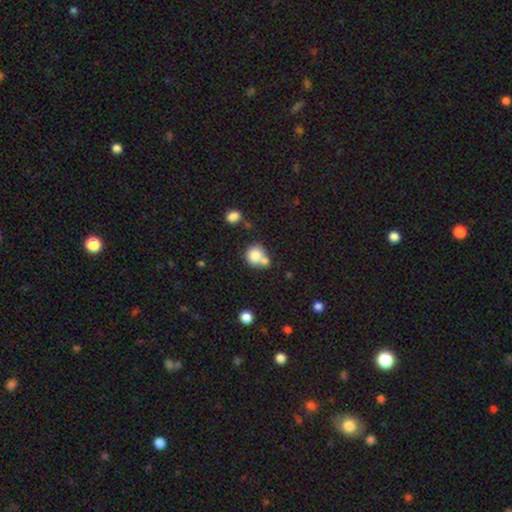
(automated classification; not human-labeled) This is clearly a smooth galaxy (81%). How rounded: clearly round (80%). Merging: marginally merger (45%).